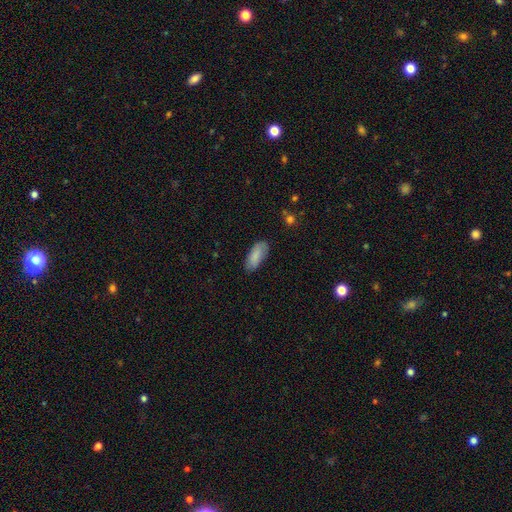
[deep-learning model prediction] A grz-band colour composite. It shows a smooth galaxy with no disk features (85%) that is in between round and cigar-shaped (83%). Merging: none (78%).